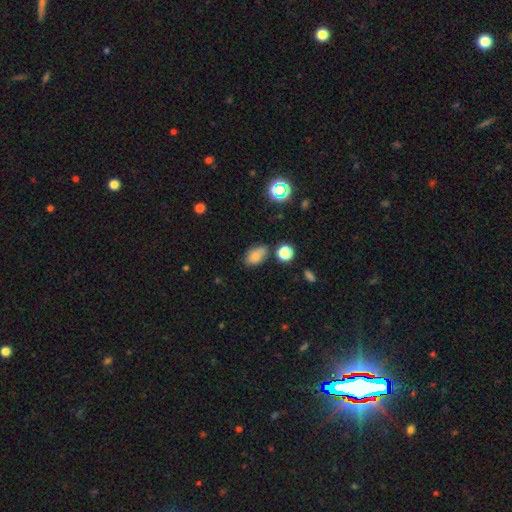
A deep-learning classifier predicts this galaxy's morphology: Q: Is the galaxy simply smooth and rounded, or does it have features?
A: smooth — 78%.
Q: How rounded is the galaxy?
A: in between — 86%.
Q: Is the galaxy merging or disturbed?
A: none — 69%.